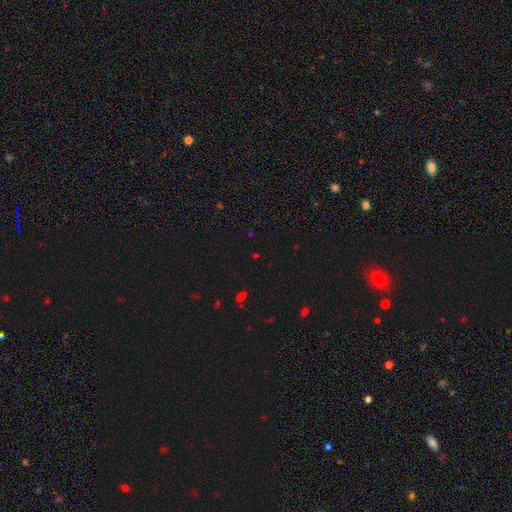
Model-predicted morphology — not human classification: This appears to be a star or artifact, not a galaxy (63%).